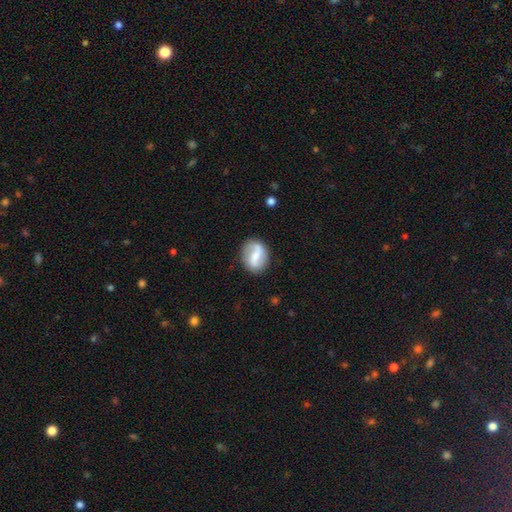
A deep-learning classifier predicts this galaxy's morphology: type=featured or disk (57%); edge-on=no (97%); bar=strong (41%, tied with weak); spiral arms=yes (79%); bulge=small (39%); merging=none (77%).